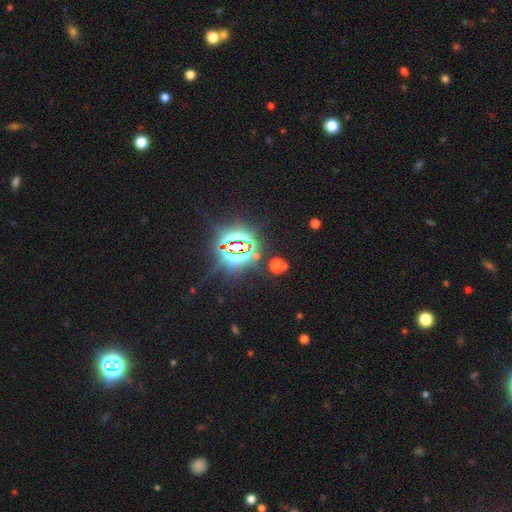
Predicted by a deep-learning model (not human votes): Overall: star or artifact (83%).